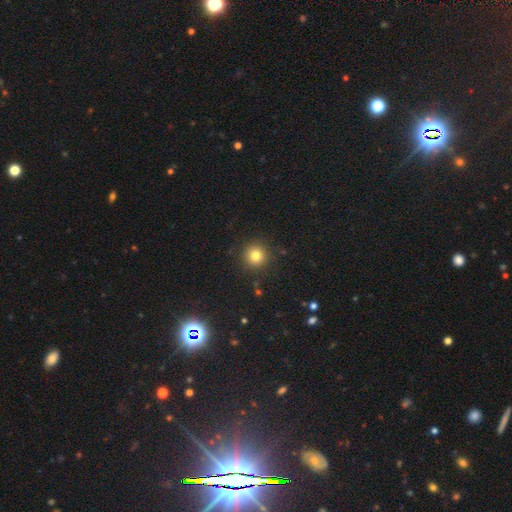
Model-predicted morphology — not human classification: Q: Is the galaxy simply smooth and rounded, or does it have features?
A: smooth — 81%.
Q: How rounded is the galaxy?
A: round — 94%.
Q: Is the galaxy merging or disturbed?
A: none — 90%.